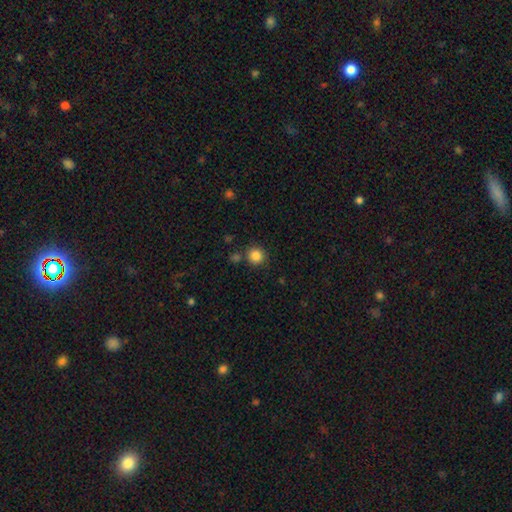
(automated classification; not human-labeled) This appears to be a smooth galaxy with no disk features (85%) that is round (93%). Merging: none (82%).